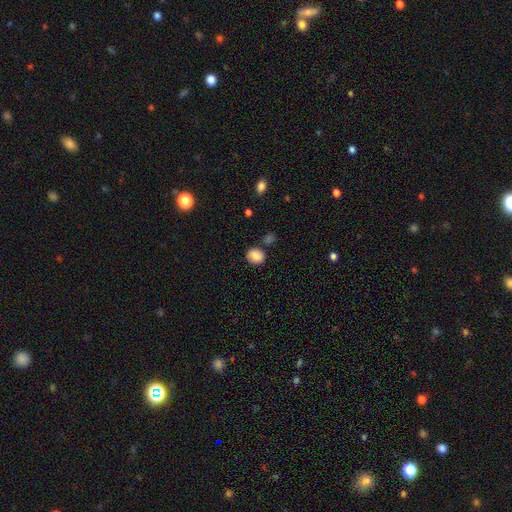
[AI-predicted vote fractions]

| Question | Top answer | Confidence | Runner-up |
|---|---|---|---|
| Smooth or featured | smooth | 85% | star or artifact (9%) |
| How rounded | round | 61% | in between (38%) |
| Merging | none | 77% | minor disturbance (13%) |